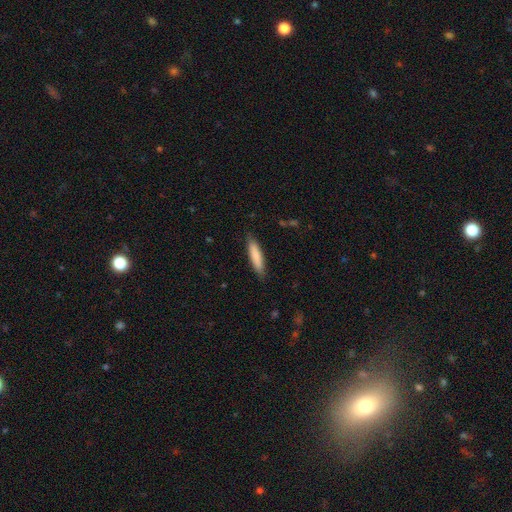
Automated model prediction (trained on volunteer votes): smooth 83%, featured or disk 12%, star or artifact 5%. Down the decision tree: how rounded — cigar-shaped (80%); merging — none (86%).